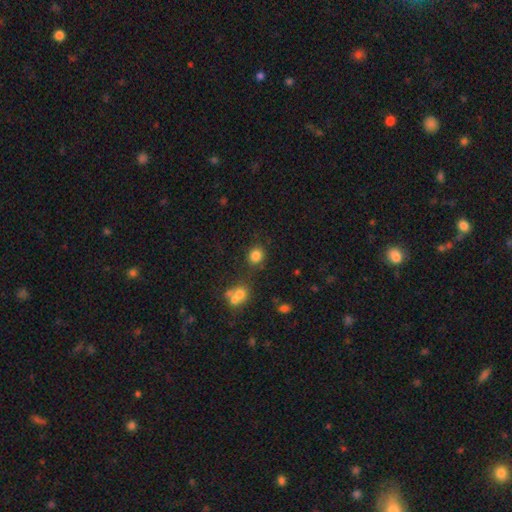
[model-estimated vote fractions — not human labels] smooth_or_featured: smooth (p=0.82) [alt: star or artifact p=0.12]
how_rounded: round (p=0.82) [alt: in between p=0.17]
merging: none (p=0.78) [alt: minor disturbance p=0.10]